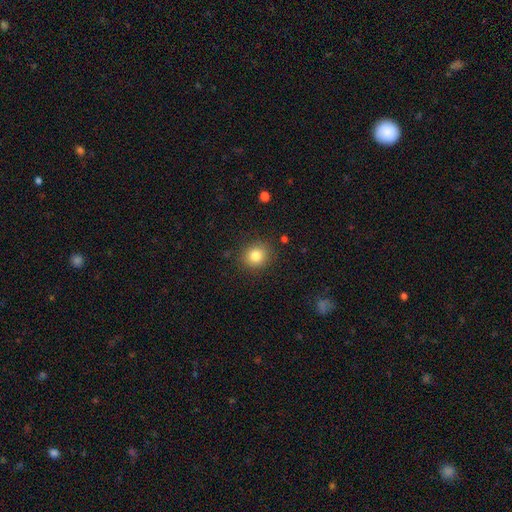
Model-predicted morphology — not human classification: Smooth or featured? Predicted: smooth (p=0.82). How rounded? Predicted: round (p=0.80). Merging? Predicted: none (p=0.88).